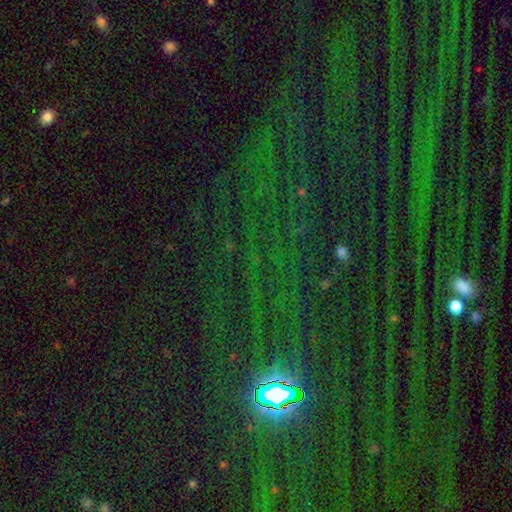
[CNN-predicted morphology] A star or artifact, not a galaxy (83%).